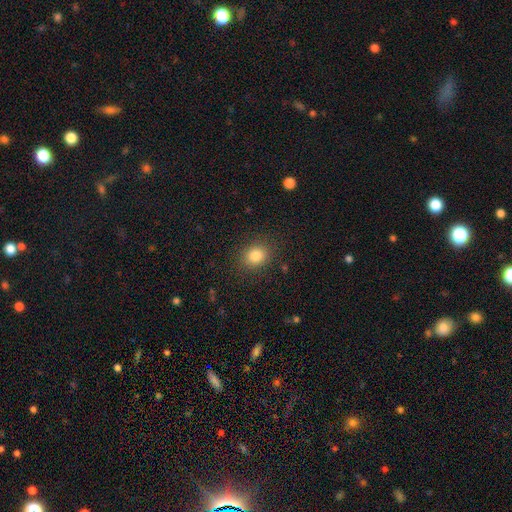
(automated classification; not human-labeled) smooth 83%, star or artifact 11%, featured or disk 6%. Down the decision tree: how rounded — round (62%); merging — none (87%).